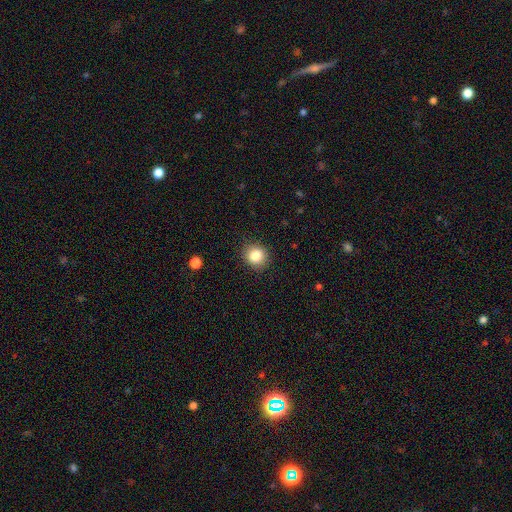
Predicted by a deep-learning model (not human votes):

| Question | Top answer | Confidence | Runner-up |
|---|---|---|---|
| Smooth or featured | smooth | 84% | star or artifact (10%) |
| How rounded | round | 82% | in between (17%) |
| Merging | none | 88% | minor disturbance (8%) |